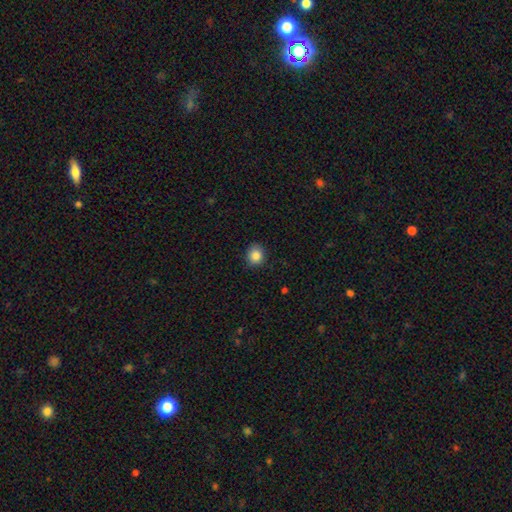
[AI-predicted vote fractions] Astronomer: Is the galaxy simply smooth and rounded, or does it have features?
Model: smooth — 85%.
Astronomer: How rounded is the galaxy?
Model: round — 79%.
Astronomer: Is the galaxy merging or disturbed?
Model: none — 87%.